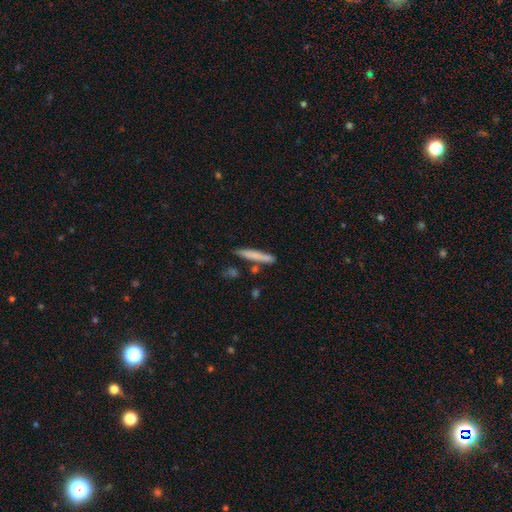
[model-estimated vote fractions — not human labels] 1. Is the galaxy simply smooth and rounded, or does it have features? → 74% smooth, 20% featured or disk, 6% star or artifact.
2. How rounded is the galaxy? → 94% cigar-shaped, 4% in between, 1% round.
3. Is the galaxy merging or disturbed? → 81% none, 11% minor disturbance, 6% merger, 2% major disturbance.